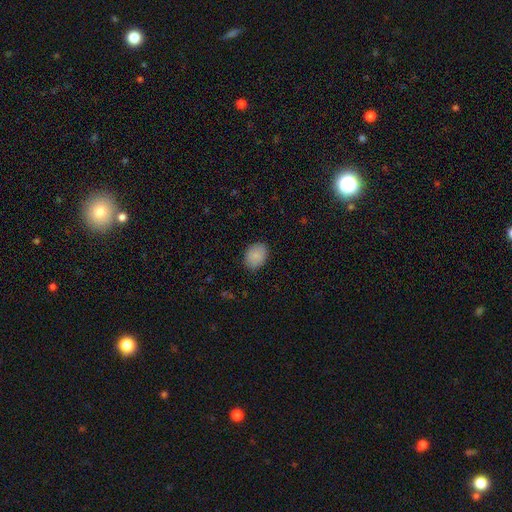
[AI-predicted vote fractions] smooth_or_featured: smooth (p=0.89) [alt: star or artifact p=0.08]
how_rounded: in between (p=0.62) [alt: round p=0.37]
merging: none (p=0.86) [alt: minor disturbance p=0.10]